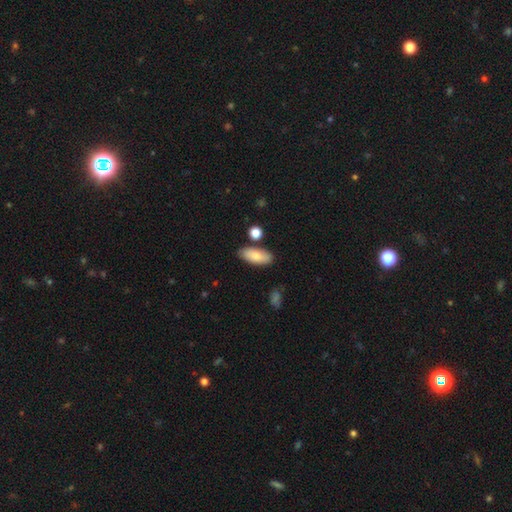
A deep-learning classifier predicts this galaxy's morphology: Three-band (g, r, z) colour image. It shows a smooth galaxy with no disk features (80%) that is in between round and cigar-shaped (84%). Merging: none (79%).